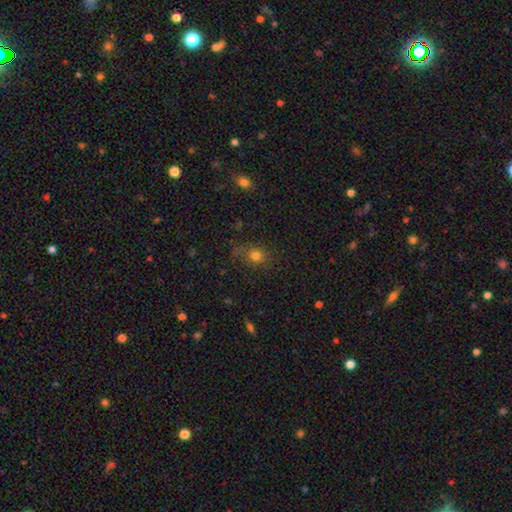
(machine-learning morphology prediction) The model was most divided on "how rounded": round: 73%, in between: 26%, cigar-shaped: 1%. More confident: smooth or featured — smooth (75%); merging — none (68%).